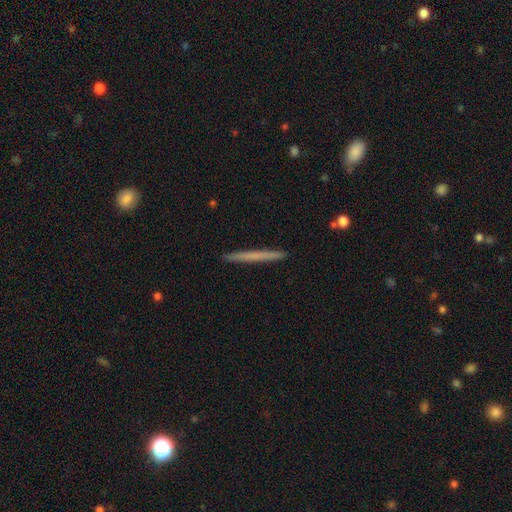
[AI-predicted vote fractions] This is possibly a smooth galaxy (58%). How rounded: clearly cigar-shaped (97%). Merging: clearly none (92%).